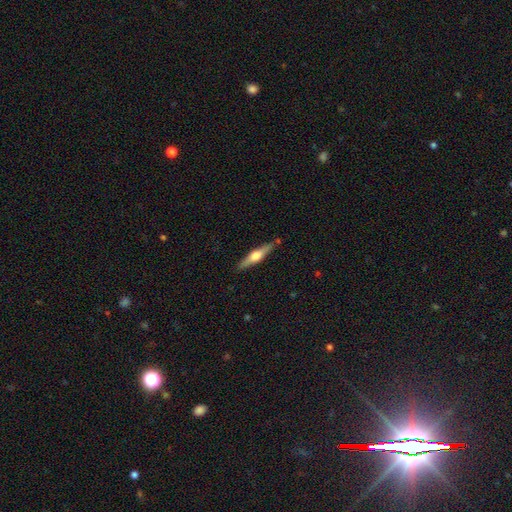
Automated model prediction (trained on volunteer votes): This appears to be a featured or disk galaxy (66%) viewed edge-on (97%) with a rounded central bulge (92%). Merging: none (86%).